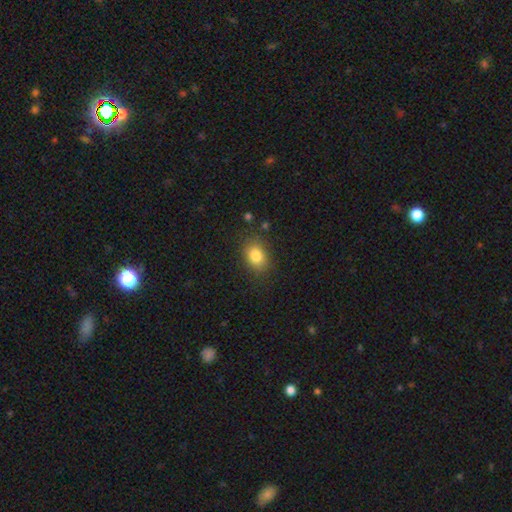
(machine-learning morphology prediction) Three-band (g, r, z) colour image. It shows a smooth galaxy with no disk features (82%) that is in between round and cigar-shaped (66%). Merging: none (81%).